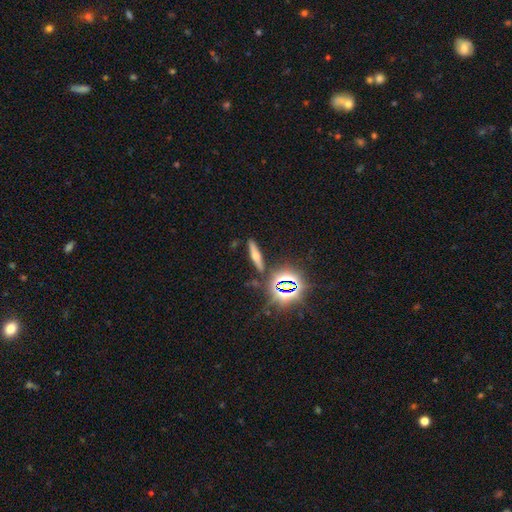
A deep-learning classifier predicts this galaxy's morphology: smooth-or-featured: featured or disk: 42% | smooth: 34% | star or artifact: 24%
  merging: none: 87% | minor disturbance: 8% | merger: 3% | major disturbance: 2%